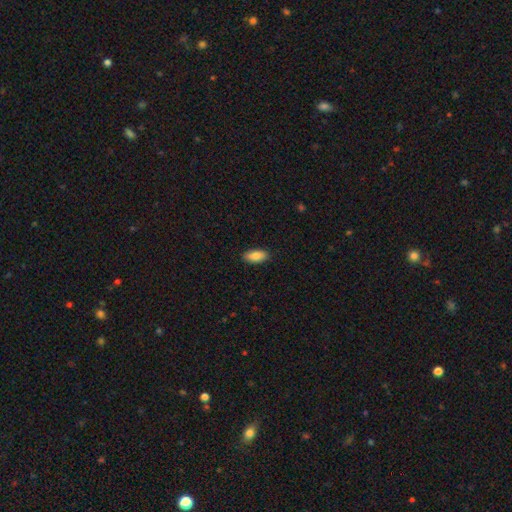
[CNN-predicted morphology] type=smooth (86%); roundness=in between (89%); merging=none (90%).